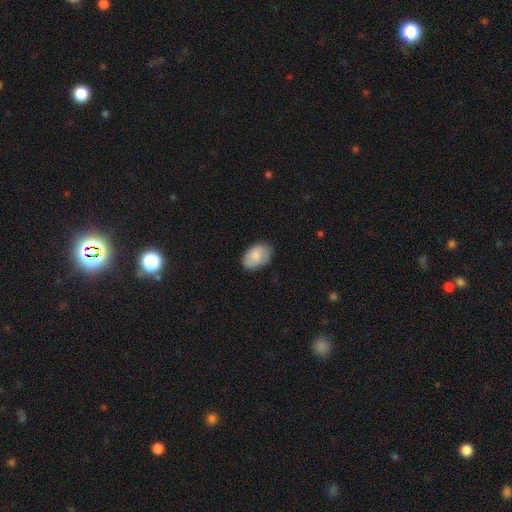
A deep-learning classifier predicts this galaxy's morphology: Smooth or featured? Predicted: smooth (p=0.75). How rounded? Predicted: in between (p=0.89). Merging? Predicted: none (p=0.73).